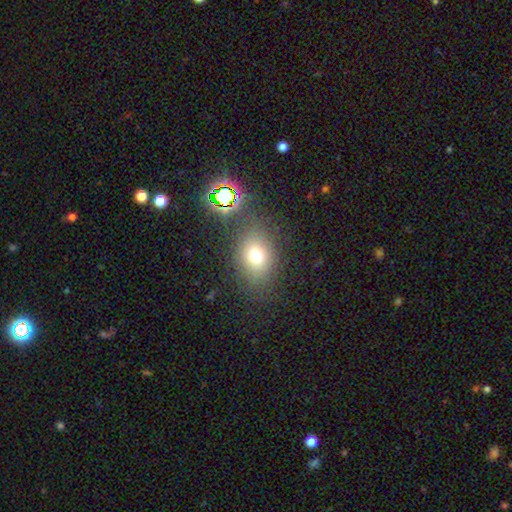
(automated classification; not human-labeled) smooth-or-featured: smooth: 70% | star or artifact: 18% | featured or disk: 12%
  how-rounded: in between: 62% | round: 37% | cigar-shaped: 1%
  merging: none: 77% | minor disturbance: 12% | major disturbance: 6% | merger: 5%